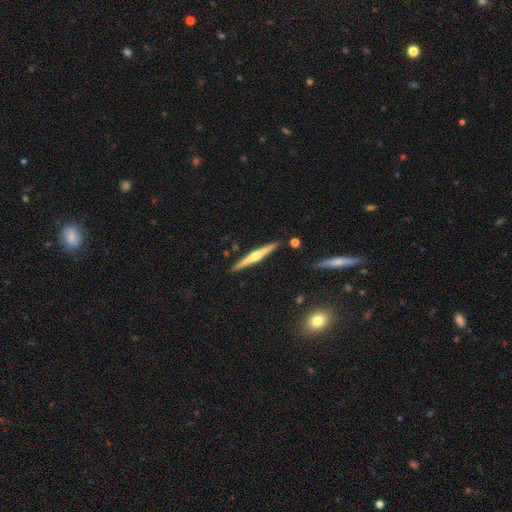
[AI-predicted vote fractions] Smooth or featured? Predicted: featured or disk (p=0.73). Edge-on disk? Predicted: yes (p=0.98). Edge-on bulge? Predicted: rounded (p=0.89). Merging? Predicted: none (p=0.91).